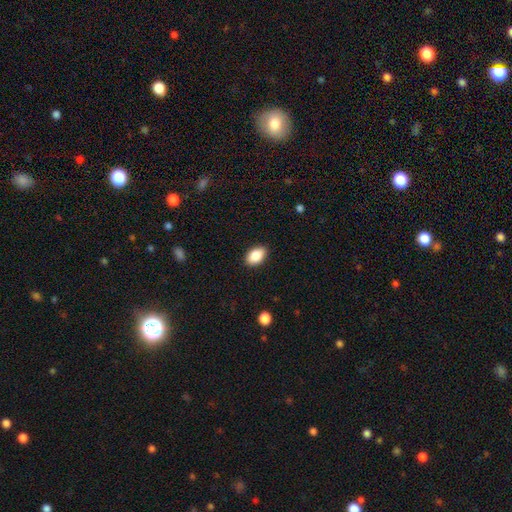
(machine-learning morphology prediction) Smooth or featured?
  - smooth: 87% *
  - star or artifact: 7%
  - featured or disk: 6%
How rounded?
  - in between: 91% *
  - round: 7%
  - cigar-shaped: 2%
Merging?
  - none: 88% *
  - minor disturbance: 9%
  - major disturbance: 2%
  - merger: 1%